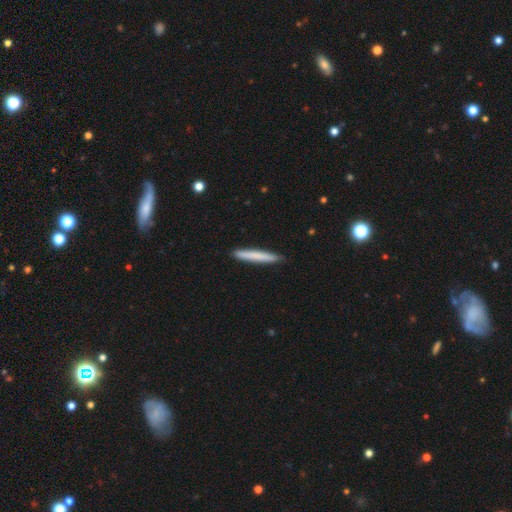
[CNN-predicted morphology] smooth-or-featured: smooth: 74% | featured or disk: 20% | star or artifact: 5%
  how-rounded: cigar-shaped: 96% | in between: 3% | round: 1%
  merging: none: 90% | minor disturbance: 7% | major disturbance: 1% | merger: 1%